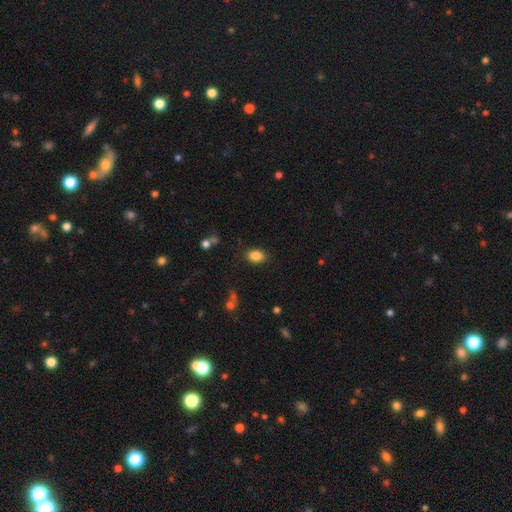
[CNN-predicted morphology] Q: Smooth or featured?
A: smooth (86%); runner-up: star or artifact (9%)
Q: How rounded?
A: in between (80%); runner-up: round (19%)
Q: Merging?
A: none (85%); runner-up: minor disturbance (11%)